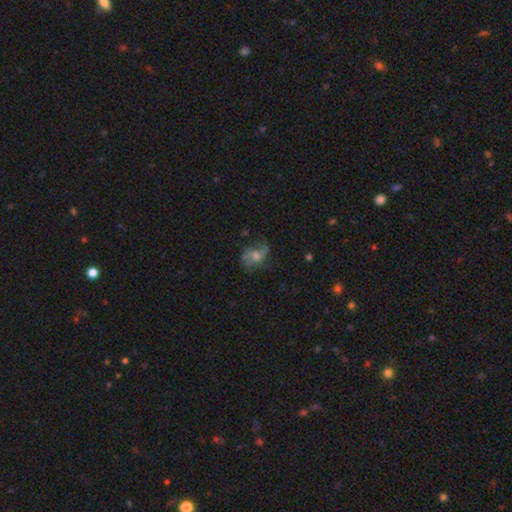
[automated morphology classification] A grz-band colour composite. It shows a featured or disk galaxy (58%) with no bar (62%), spiral arms (84%) and a moderate central bulge (57%). Merging: none (62%).